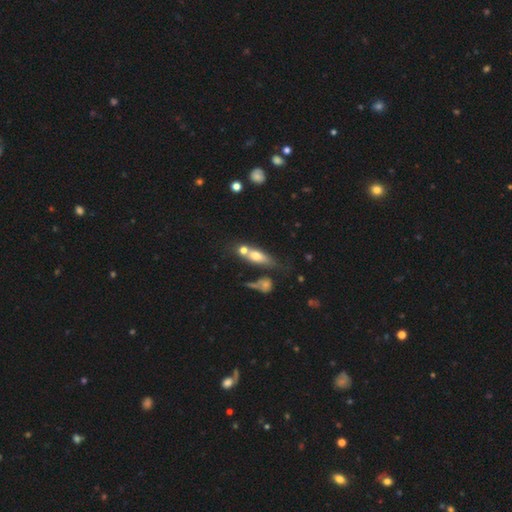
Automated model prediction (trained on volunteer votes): A smooth galaxy with no disk features (61%) that is in between round and cigar-shaped (60%). Merging: merger (42%).